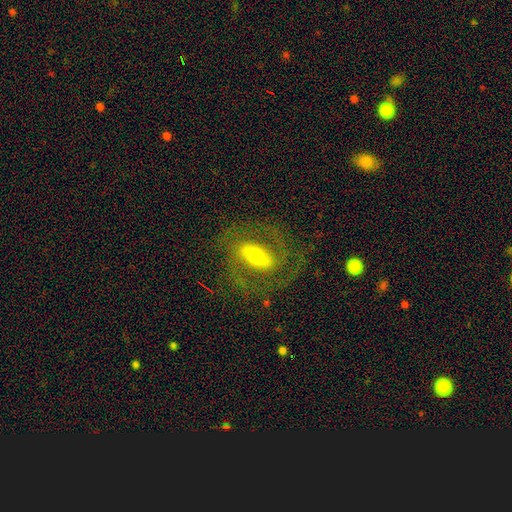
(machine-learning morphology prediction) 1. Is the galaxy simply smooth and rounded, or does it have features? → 78% featured or disk, 15% smooth, 7% star or artifact.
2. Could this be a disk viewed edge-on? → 93% no, 7% yes.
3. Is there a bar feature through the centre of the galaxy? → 50% strong, 34% weak, 17% no.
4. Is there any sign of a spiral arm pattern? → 87% yes, 13% no.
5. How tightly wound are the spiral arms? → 53% medium, 30% tight, 17% loose.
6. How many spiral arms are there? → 82% 2, 9% can't tell, 3% 1, 3% 3, 1% 4, 1% more than 4.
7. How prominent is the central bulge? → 47% moderate, 43% small, 7% large, 2% none, 1% dominant.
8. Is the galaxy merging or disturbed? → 71% none, 14% minor disturbance, 13% major disturbance, 1% merger.